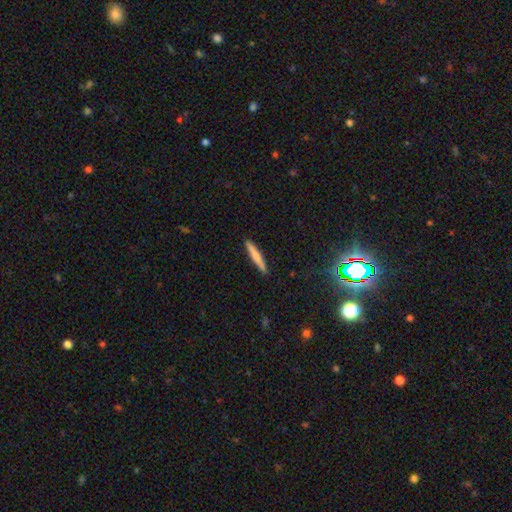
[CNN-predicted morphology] The model was most divided on "smooth or featured": smooth: 71%, featured or disk: 23%, star or artifact: 6%. More confident: how rounded — cigar-shaped (95%); merging — none (91%).